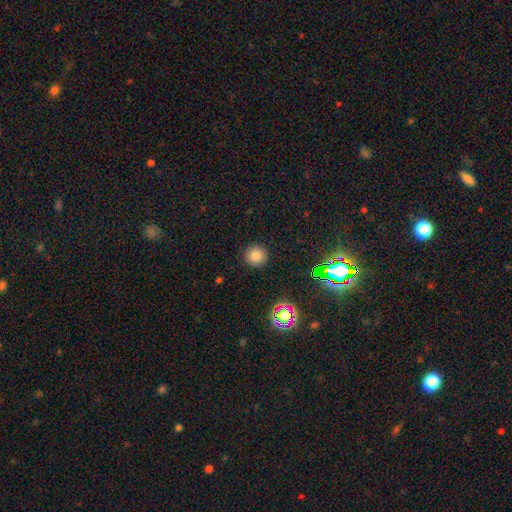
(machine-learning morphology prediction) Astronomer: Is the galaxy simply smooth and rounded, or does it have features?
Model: smooth — 78%.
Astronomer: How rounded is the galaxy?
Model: round — 95%.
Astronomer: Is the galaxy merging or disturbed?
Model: none — 91%.